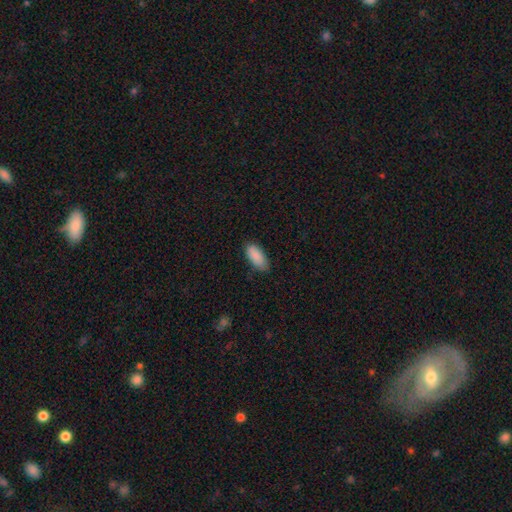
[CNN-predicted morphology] smooth 90%, star or artifact 6%, featured or disk 4%. Down the decision tree: how rounded — in between (86%); merging — none (80%).